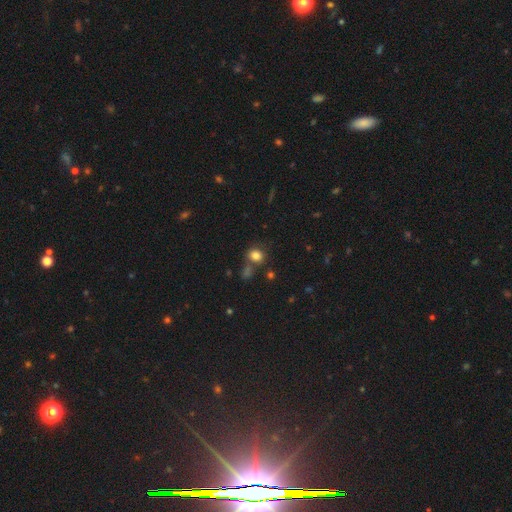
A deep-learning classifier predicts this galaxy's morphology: Smooth or featured: smooth — 81% (star or artifact — 13%)
How rounded: round — 68% (in between — 31%)
Merging: none — 65% (merger — 15%)